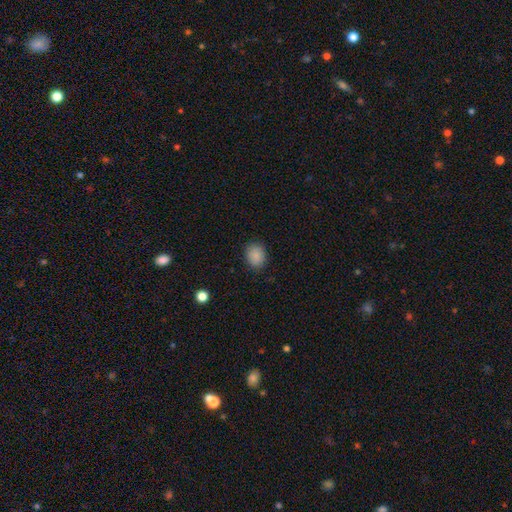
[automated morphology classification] The model was most divided on "how rounded": round: 55%, in between: 45%, cigar-shaped: 1%. More confident: smooth or featured — smooth (87%); merging — none (87%).